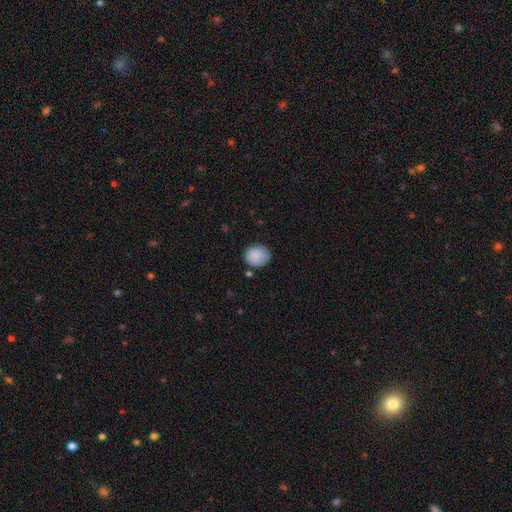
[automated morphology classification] Q: Smooth or featured?
A: smooth (87%); runner-up: star or artifact (8%)
Q: How rounded?
A: round (75%); runner-up: in between (24%)
Q: Merging?
A: none (76%); runner-up: minor disturbance (17%)